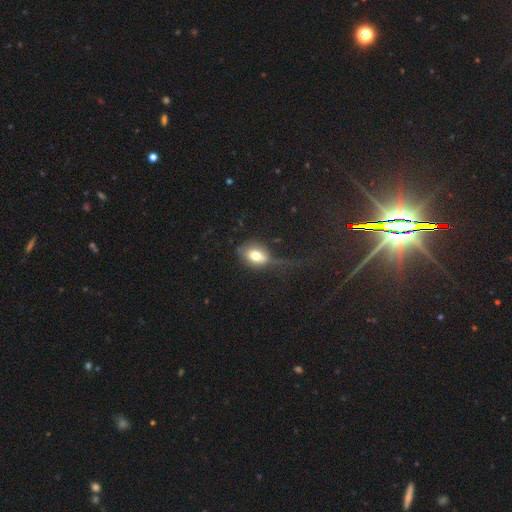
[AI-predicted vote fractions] smooth 69%, featured or disk 20%, star or artifact 11%. Down the decision tree: how rounded — in between (66%); merging — none (36%).